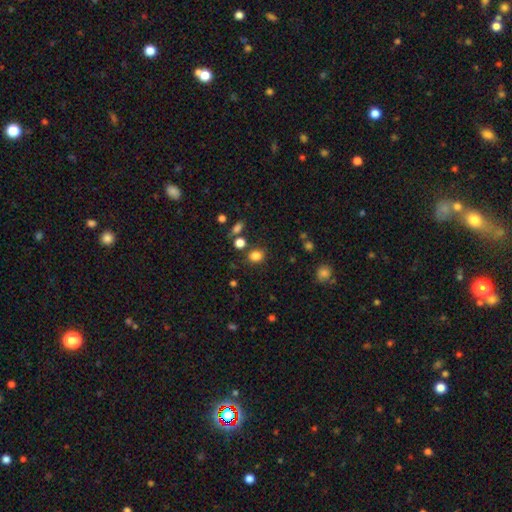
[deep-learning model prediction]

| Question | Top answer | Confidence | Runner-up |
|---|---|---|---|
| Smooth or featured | smooth | 81% | star or artifact (14%) |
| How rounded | round | 62% | in between (37%) |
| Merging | none | 78% | minor disturbance (11%) |